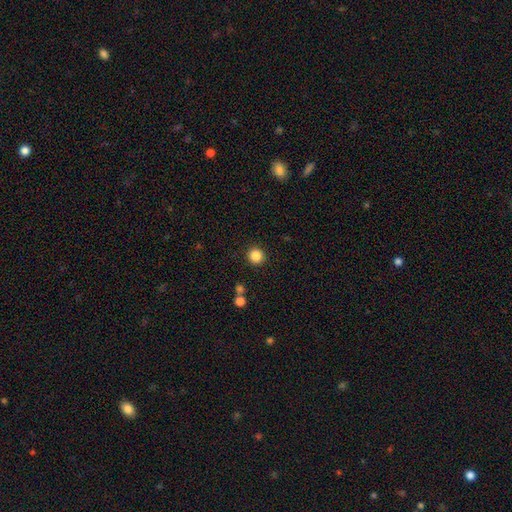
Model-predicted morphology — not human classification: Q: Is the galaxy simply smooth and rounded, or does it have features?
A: smooth — 86%.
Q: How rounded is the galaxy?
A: round — 94%.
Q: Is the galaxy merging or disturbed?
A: none — 91%.